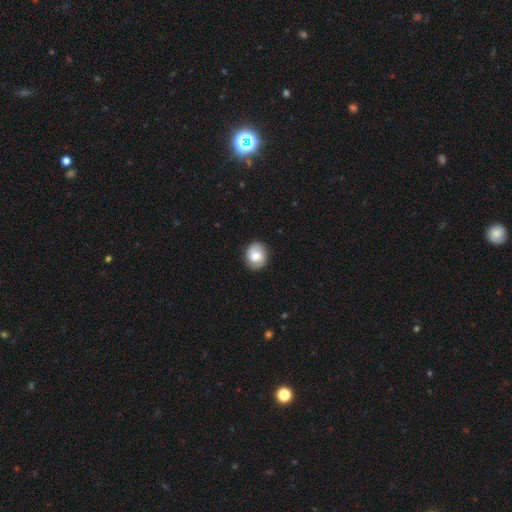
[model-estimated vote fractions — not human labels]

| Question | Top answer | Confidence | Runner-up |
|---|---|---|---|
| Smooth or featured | smooth | 57% | featured or disk (35%) |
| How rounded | round | 61% | in between (38%) |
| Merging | none | 85% | minor disturbance (11%) |